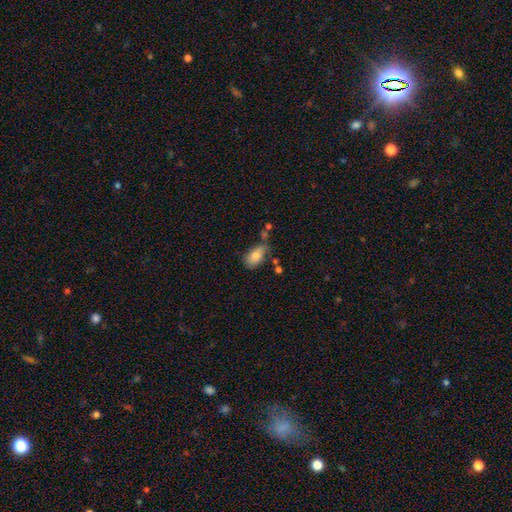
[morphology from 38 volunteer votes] smooth 74%, featured or disk 24%, star or artifact 3%. Down the decision tree: how rounded — in between (96%); merging — minor disturbance (38%).